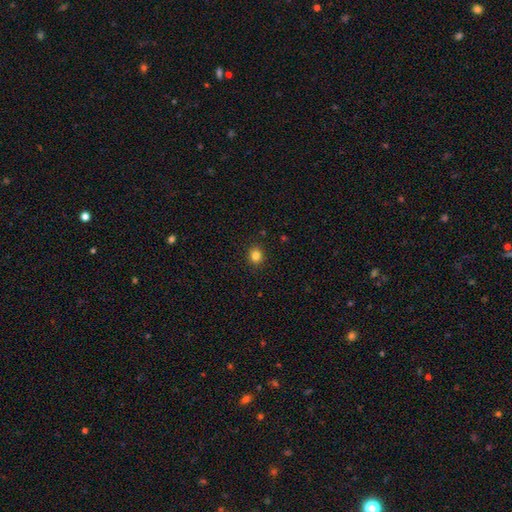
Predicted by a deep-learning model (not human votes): This is clearly a smooth galaxy (83%). How rounded: clearly round (83%). Merging: clearly none (91%).